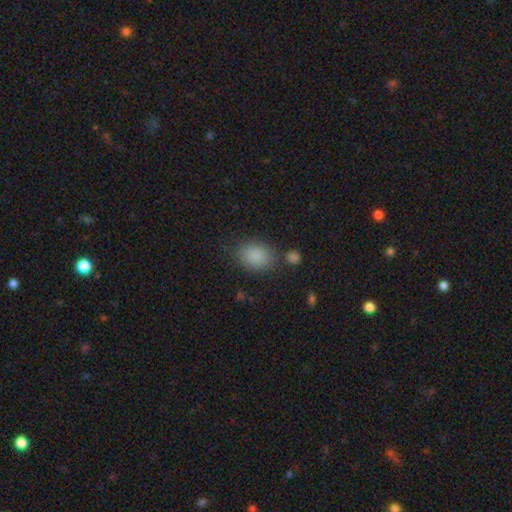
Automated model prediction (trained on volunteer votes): Morphology: type=smooth (87%); roundness=in between (65%); merging=none (76%).